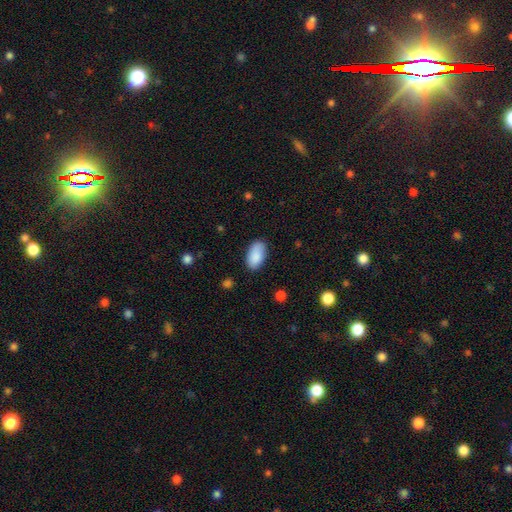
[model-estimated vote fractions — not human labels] Smooth or featured? smooth (88%)
How rounded? in between (94%)
Merging? none (80%)